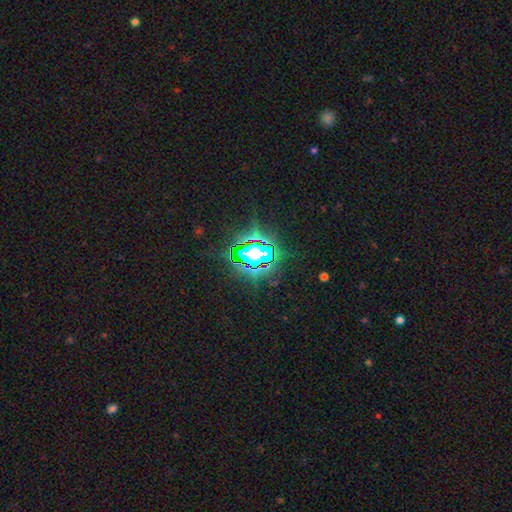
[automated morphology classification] This is clearly a star or artifact rather than a galaxy (83%).